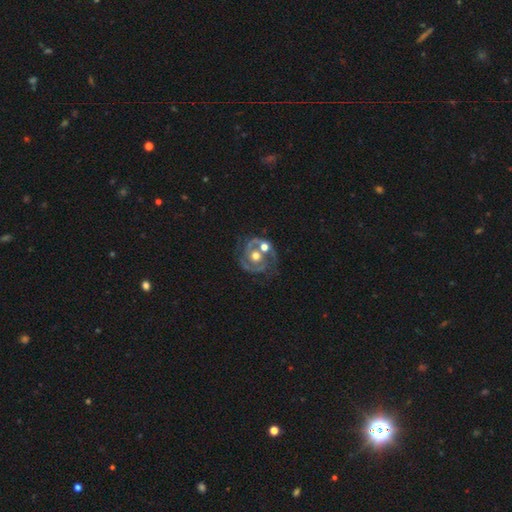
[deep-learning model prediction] The model was most divided on "spiral winding": tight: 49%, medium: 39%, loose: 12%. Remaining: edge-on disk — no (98%); spiral arms — yes (85%); smooth or featured — featured or disk (81%); bar — no (77%); bulge size — moderate (76%); spiral arm count — 2 (69%); merging — none (47%).